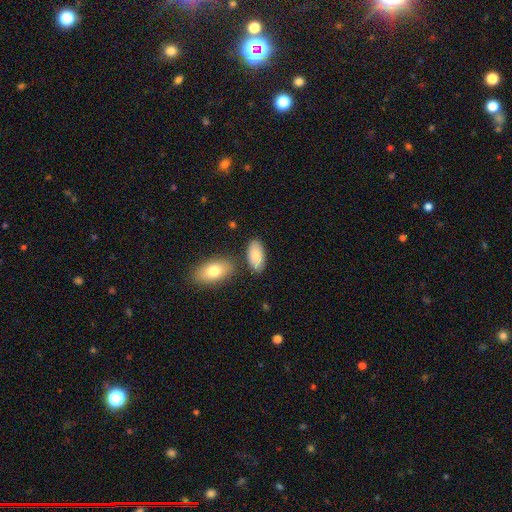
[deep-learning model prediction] smooth-or-featured: smooth: 82% | featured or disk: 12% | star or artifact: 6%
  how-rounded: in between: 94% | cigar-shaped: 4% | round: 3%
  merging: none: 76% | minor disturbance: 13% | merger: 8% | major disturbance: 3%